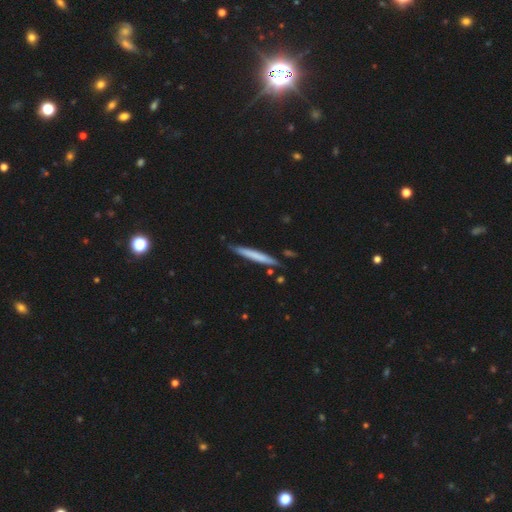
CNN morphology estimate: smooth_or_featured: smooth (p=0.61) [alt: featured or disk p=0.33]
how_rounded: cigar-shaped (p=0.96) [alt: in between p=0.03]
merging: none (p=0.83) [alt: minor disturbance p=0.12]